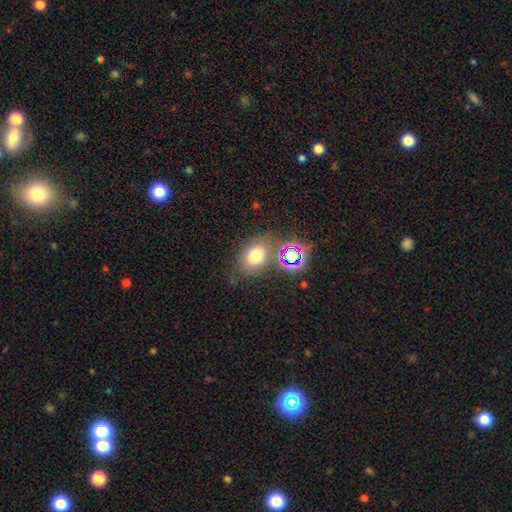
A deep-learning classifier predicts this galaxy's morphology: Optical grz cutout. It shows a smooth galaxy with no disk features (69%) that is in between round and cigar-shaped (58%). Merging: none (67%).